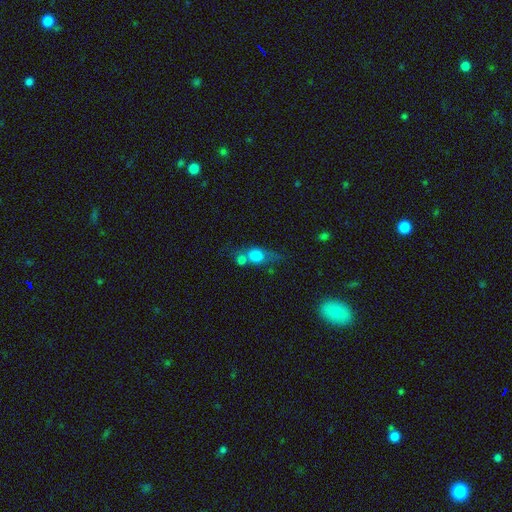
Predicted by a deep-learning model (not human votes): Smooth or featured: smooth — 71% (featured or disk — 19%)
How rounded: round — 62% (in between — 32%)
Merging: merger — 51% (none — 29%)